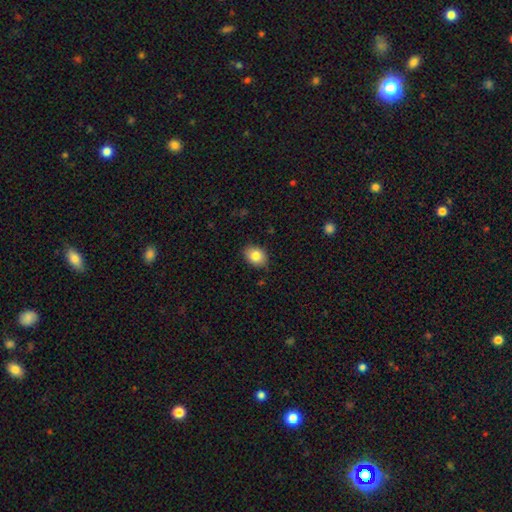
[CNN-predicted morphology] This appears to be a smooth galaxy with no disk features (83%) that is in between round and cigar-shaped (69%). Merging: none (85%).